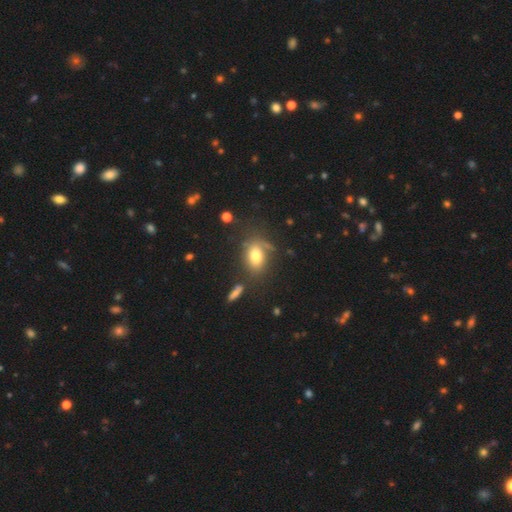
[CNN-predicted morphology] This is likely a smooth galaxy (73%). How rounded: likely in between (76%). Merging: possibly none (58%).